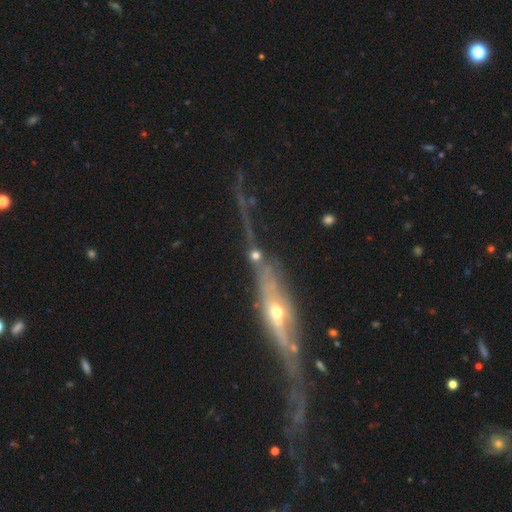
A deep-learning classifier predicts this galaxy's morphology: Smooth or featured: smooth — 40% (featured or disk — 33%)
Merging: none — 41% (merger — 31%)